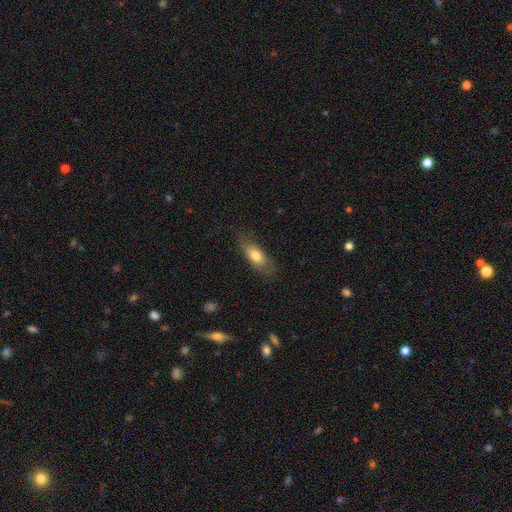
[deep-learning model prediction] smooth-or-featured: smooth: 74% | featured or disk: 20% | star or artifact: 7%
  how-rounded: in between: 73% | cigar-shaped: 24% | round: 3%
  merging: none: 72% | minor disturbance: 20% | major disturbance: 6% | merger: 1%